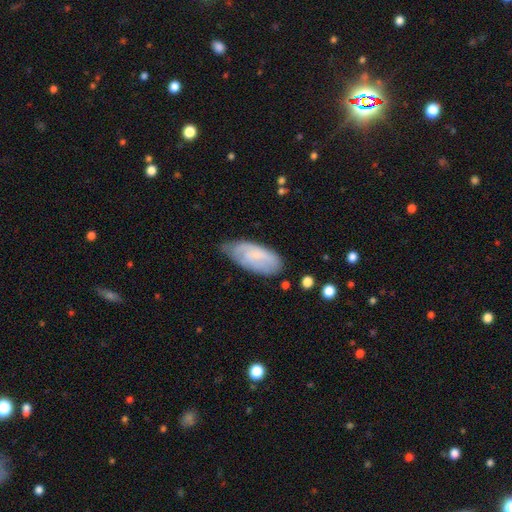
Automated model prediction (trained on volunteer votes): Q: Smooth or featured?
A: smooth (54%); runner-up: featured or disk (39%)
Q: How rounded?
A: in between (84%); runner-up: cigar-shaped (14%)
Q: Merging?
A: none (57%); runner-up: minor disturbance (33%)